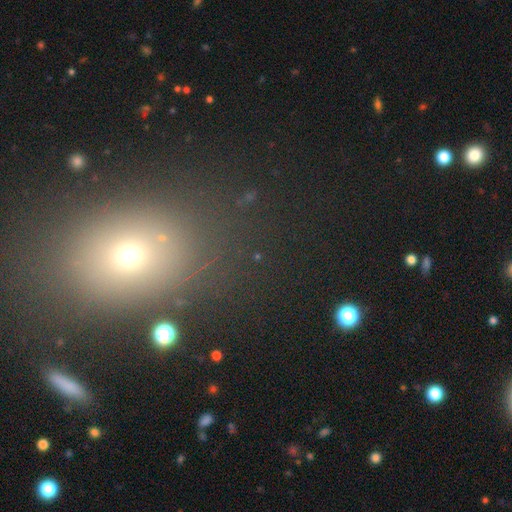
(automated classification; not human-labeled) Overall: smooth (51%; star or artifact 37%). How rounded: in between (50%; round 47%). Merging: none (81%).